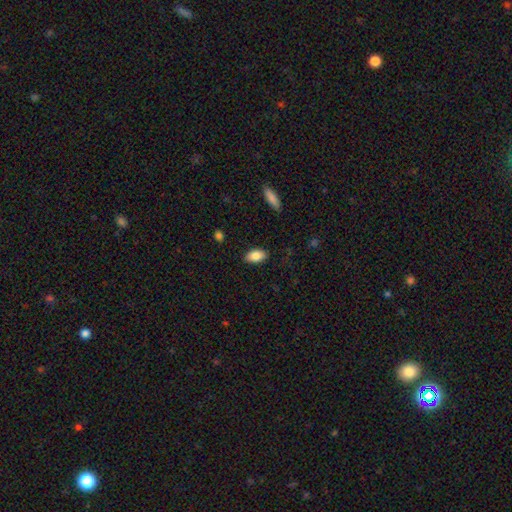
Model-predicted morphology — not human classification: Smooth or featured?
  - smooth: 85% *
  - featured or disk: 8%
  - star or artifact: 7%
How rounded?
  - in between: 93% *
  - round: 5%
  - cigar-shaped: 3%
Merging?
  - none: 86% *
  - minor disturbance: 10%
  - major disturbance: 2%
  - merger: 1%